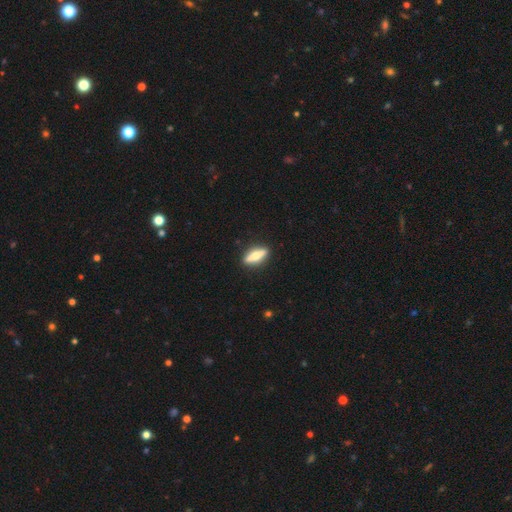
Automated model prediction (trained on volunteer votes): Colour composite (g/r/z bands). It shows a featured or disk galaxy (52%) viewed edge-on (90%). Merging: none (89%).